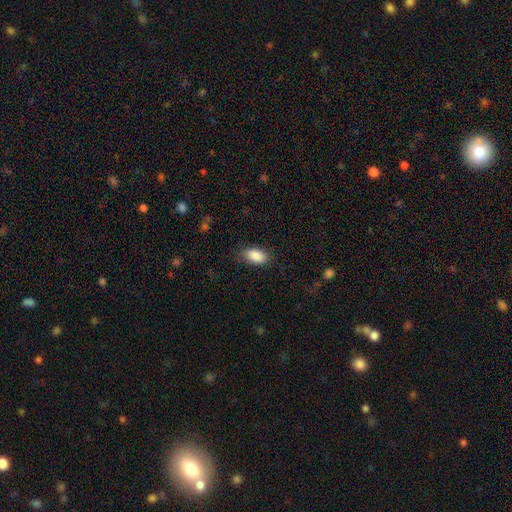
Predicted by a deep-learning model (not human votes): Q: Smooth or featured?
A: smooth (88%); runner-up: star or artifact (7%)
Q: How rounded?
A: in between (92%); runner-up: round (4%)
Q: Merging?
A: none (82%); runner-up: minor disturbance (13%)